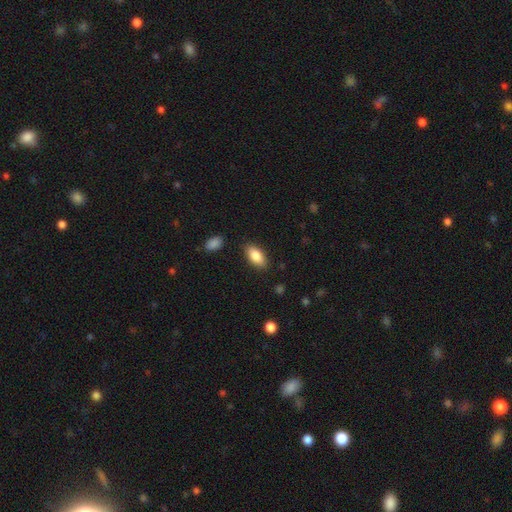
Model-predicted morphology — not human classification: A smooth galaxy with no disk features (86%) that is in between round and cigar-shaped (91%). Merging: none (86%).